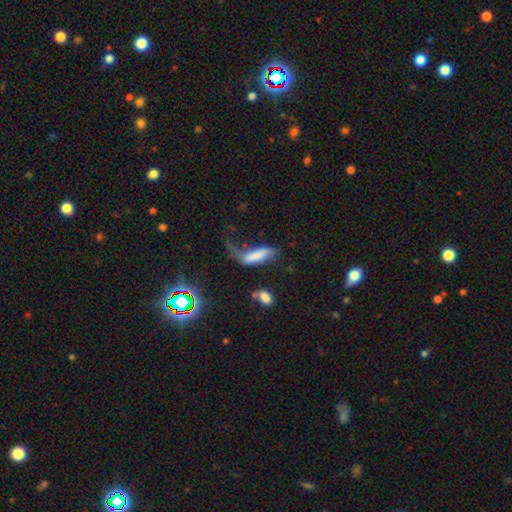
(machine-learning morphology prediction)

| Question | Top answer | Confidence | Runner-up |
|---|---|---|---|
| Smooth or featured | smooth | 57% | featured or disk (33%) |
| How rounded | in between | 49% | cigar-shaped (48%) |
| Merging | major disturbance | 45% | none (22%) |